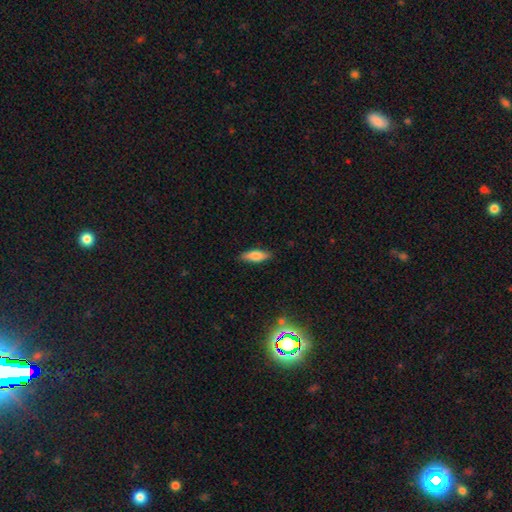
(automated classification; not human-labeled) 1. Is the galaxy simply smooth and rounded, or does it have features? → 74% smooth, 19% featured or disk, 7% star or artifact.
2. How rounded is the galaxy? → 52% in between, 46% cigar-shaped, 2% round.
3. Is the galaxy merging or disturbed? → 86% none, 10% minor disturbance, 2% major disturbance, 1% merger.